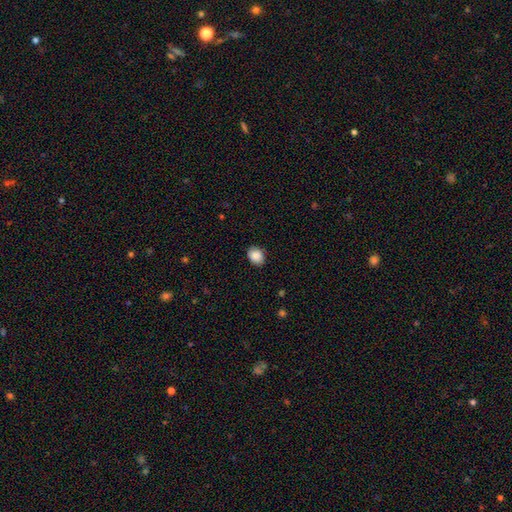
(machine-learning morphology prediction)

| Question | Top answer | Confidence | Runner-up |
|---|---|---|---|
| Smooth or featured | smooth | 88% | star or artifact (8%) |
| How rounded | in between | 62% | round (37%) |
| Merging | none | 87% | minor disturbance (10%) |